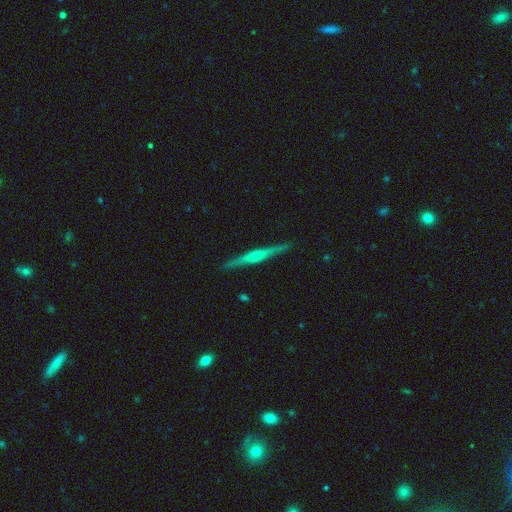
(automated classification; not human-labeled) A featured or disk galaxy (71%) viewed edge-on (98%) with a rounded central bulge (52%).

Vote fractions:
- Smooth or featured? featured or disk: 71% / smooth: 24% / star or artifact: 6%
- Edge-on disk? yes: 98% / no: 2%
- Edge-on bulge? rounded: 52% / boxy: 29% / none: 19%
- Merging? none: 89% / minor disturbance: 8% / major disturbance: 2% / merger: 1%